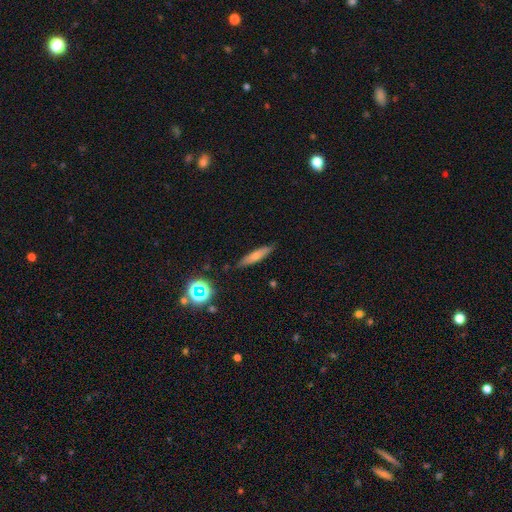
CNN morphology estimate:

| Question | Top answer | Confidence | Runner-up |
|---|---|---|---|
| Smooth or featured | smooth | 62% | featured or disk (28%) |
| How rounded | cigar-shaped | 85% | in between (13%) |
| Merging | none | 84% | minor disturbance (12%) |